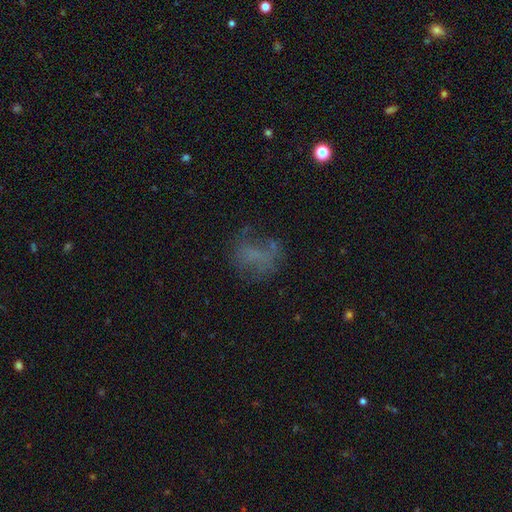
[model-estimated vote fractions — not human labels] Smooth or featured?
  - smooth: 44% *
  - featured or disk: 33%
  - star or artifact: 23%
Merging?
  - none: 48% *
  - major disturbance: 27%
  - minor disturbance: 20%
  - merger: 5%